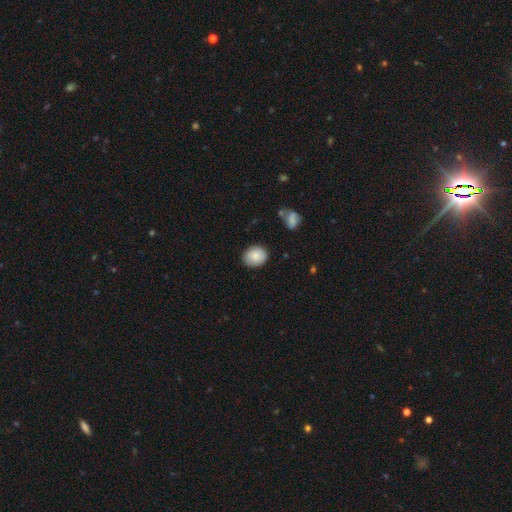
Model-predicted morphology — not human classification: smooth 84%, featured or disk 8%, star or artifact 8%. Down the decision tree: how rounded — round (60%); merging — none (84%).